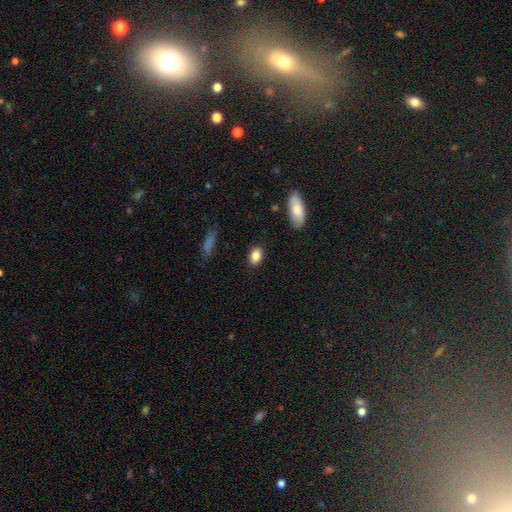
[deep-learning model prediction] Q: Smooth or featured?
A: smooth (85%); runner-up: star or artifact (8%)
Q: How rounded?
A: in between (82%); runner-up: round (15%)
Q: Merging?
A: none (87%); runner-up: minor disturbance (10%)